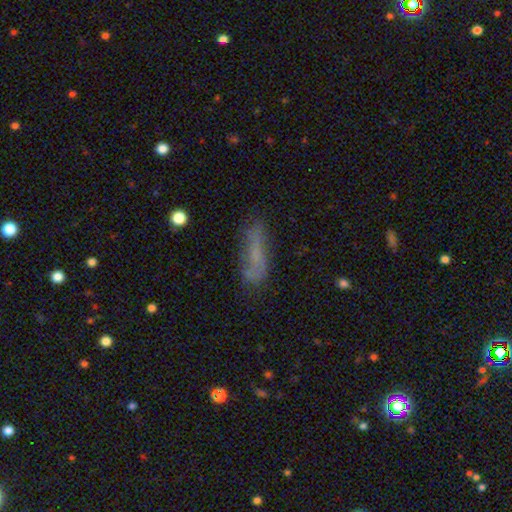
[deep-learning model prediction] A smooth galaxy with no disk features (59%) that is cigar-shaped (63%).

Vote fractions:
- Smooth or featured? smooth: 59% / featured or disk: 30% / star or artifact: 11%
- How rounded? cigar-shaped: 63% / in between: 34% / round: 2%
- Merging? none: 63% / minor disturbance: 23% / major disturbance: 10% / merger: 4%